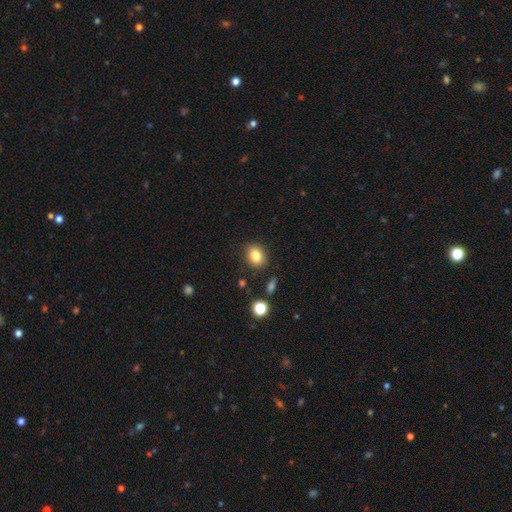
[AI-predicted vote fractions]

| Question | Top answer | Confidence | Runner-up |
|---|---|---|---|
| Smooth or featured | smooth | 84% | star or artifact (10%) |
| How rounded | in between | 55% | round (44%) |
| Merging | none | 85% | minor disturbance (10%) |